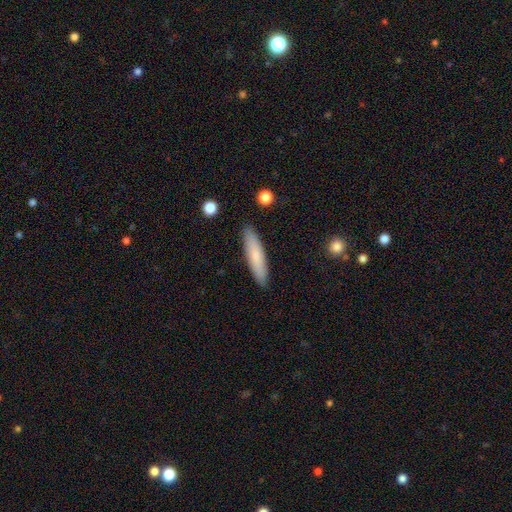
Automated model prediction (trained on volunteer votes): Q: Smooth or featured?
A: smooth (76%); runner-up: featured or disk (18%)
Q: How rounded?
A: cigar-shaped (81%); runner-up: in between (18%)
Q: Merging?
A: none (90%); runner-up: minor disturbance (8%)